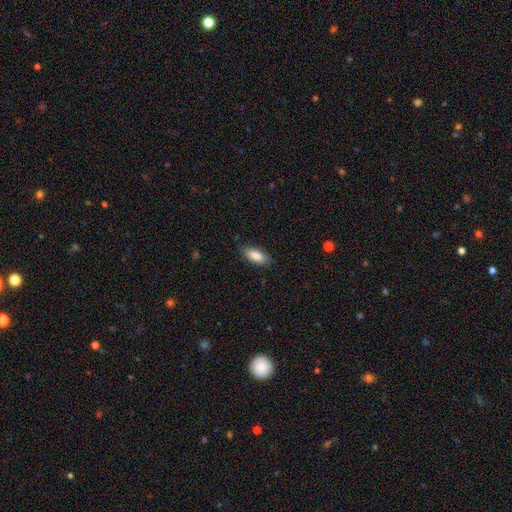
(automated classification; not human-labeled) Smooth or featured?
  - smooth: 86% *
  - featured or disk: 8%
  - star or artifact: 6%
How rounded?
  - in between: 84% *
  - cigar-shaped: 15%
  - round: 2%
Merging?
  - none: 81% *
  - minor disturbance: 15%
  - major disturbance: 3%
  - merger: 1%